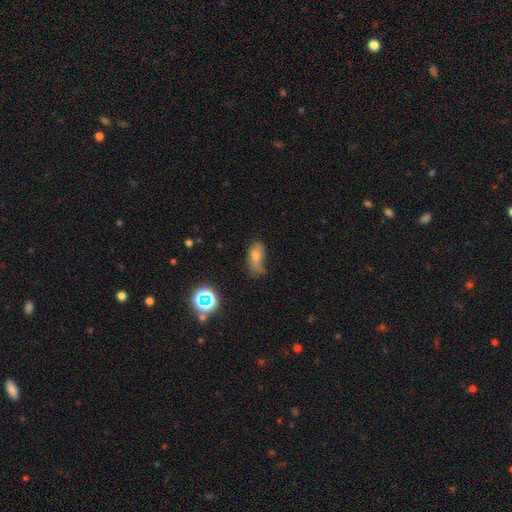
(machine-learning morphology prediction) A smooth galaxy with no disk features (62%) that is in between round and cigar-shaped (84%).

Vote fractions:
- Smooth or featured? smooth: 62% / featured or disk: 21% / star or artifact: 16%
- How rounded? in between: 84% / round: 10% / cigar-shaped: 6%
- Merging? minor disturbance: 37% / none: 30% / major disturbance: 28% / merger: 5%